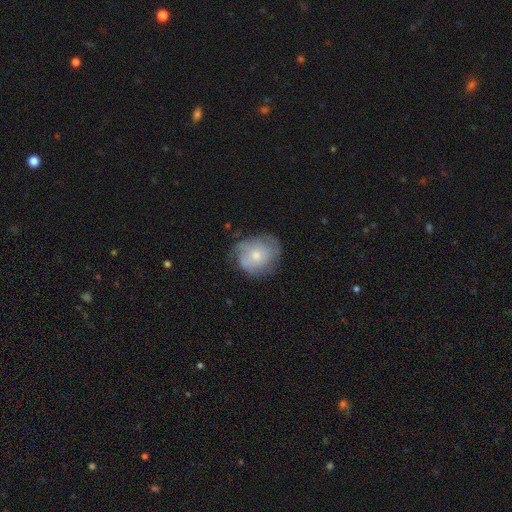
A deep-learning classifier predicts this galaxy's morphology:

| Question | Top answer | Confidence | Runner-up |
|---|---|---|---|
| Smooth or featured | smooth | 54% | featured or disk (39%) |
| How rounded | round | 66% | in between (33%) |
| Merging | none | 59% | minor disturbance (28%) |